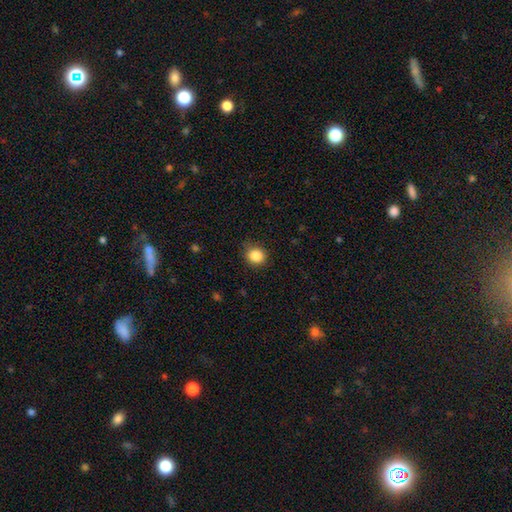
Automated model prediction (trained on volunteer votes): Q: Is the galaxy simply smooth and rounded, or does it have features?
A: smooth — 85%.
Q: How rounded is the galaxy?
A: round — 83%.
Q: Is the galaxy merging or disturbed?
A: none — 83%.